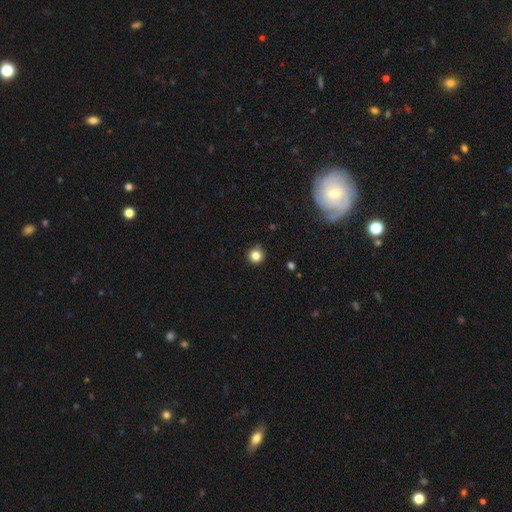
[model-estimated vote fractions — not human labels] smooth-or-featured: smooth: 83% | star or artifact: 12% | featured or disk: 5%
  how-rounded: round: 95% | in between: 4% | cigar-shaped: 1%
  merging: none: 87% | minor disturbance: 10% | major disturbance: 2% | merger: 1%